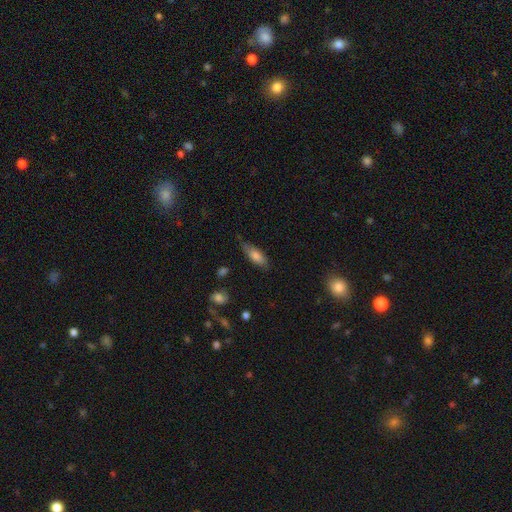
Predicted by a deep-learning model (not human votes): Smooth or featured? smooth (76%)
How rounded? in between (71%)
Merging? none (72%)